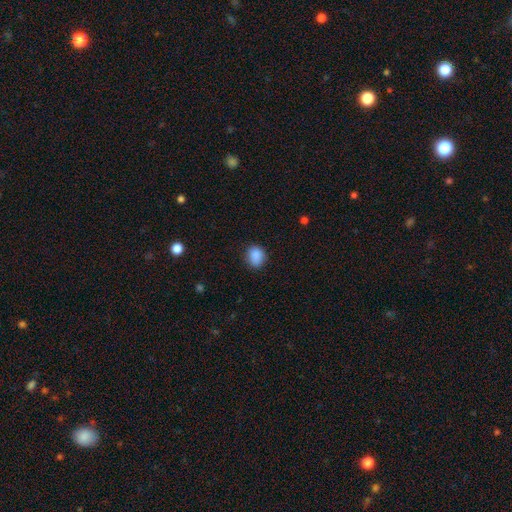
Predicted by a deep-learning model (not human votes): Q: Smooth or featured?
A: smooth (88%); runner-up: star or artifact (9%)
Q: How rounded?
A: round (60%); runner-up: in between (39%)
Q: Merging?
A: none (82%); runner-up: minor disturbance (14%)